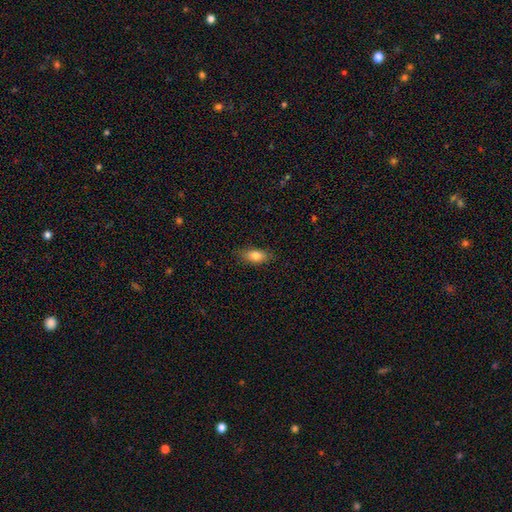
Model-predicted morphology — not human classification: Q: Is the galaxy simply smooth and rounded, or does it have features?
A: smooth — 80%.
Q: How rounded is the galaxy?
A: in between — 82%.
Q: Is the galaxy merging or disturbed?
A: none — 84%.